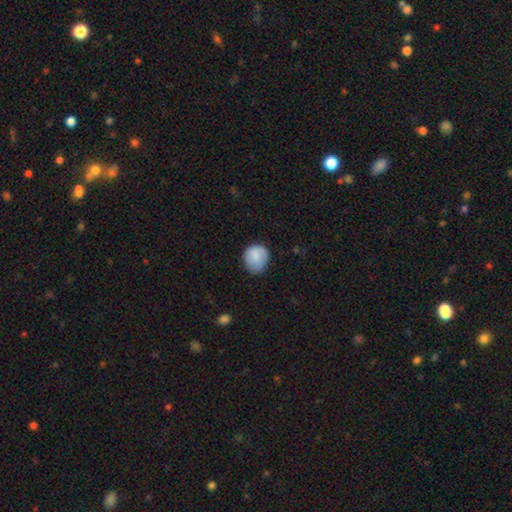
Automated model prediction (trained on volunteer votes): Smooth or featured: smooth — 83% (featured or disk — 10%)
How rounded: round — 73% (in between — 26%)
Merging: none — 63% (minor disturbance — 29%)